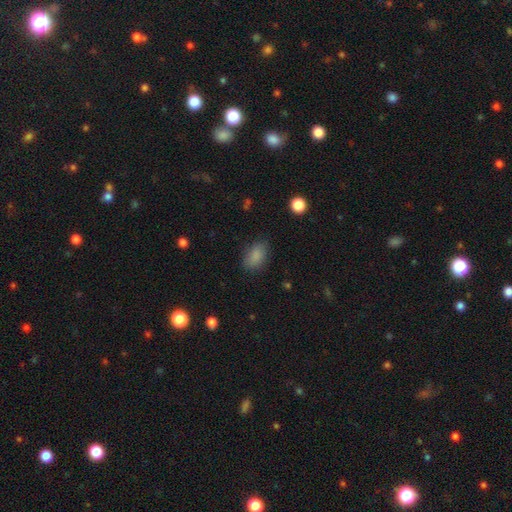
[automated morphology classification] Smooth or featured? smooth (86%)
How rounded? in between (88%)
Merging? none (79%)